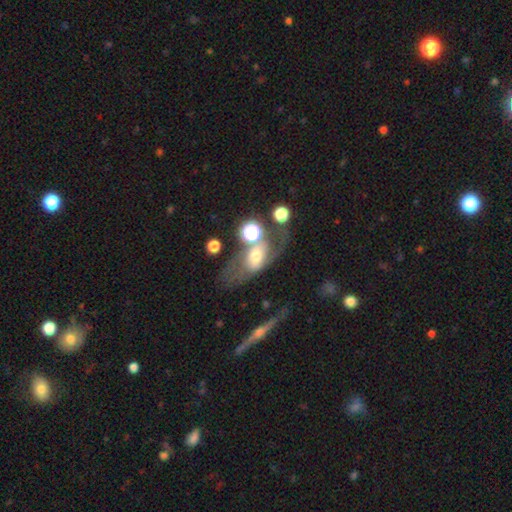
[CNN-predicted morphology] Smooth or featured: featured or disk — 56% (smooth — 33%)
Edge-on disk: no — 86% (yes — 14%)
Merging: none — 41% (major disturbance — 23%)